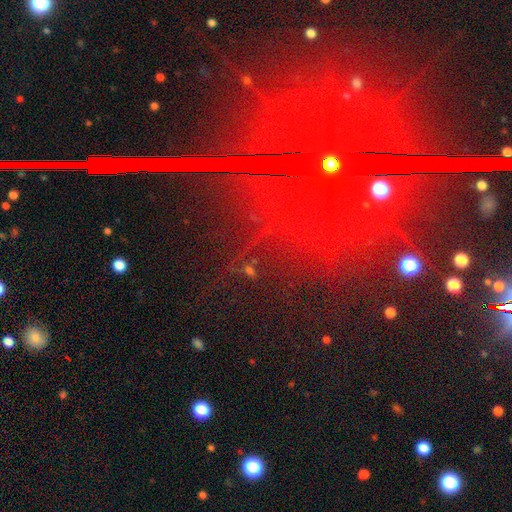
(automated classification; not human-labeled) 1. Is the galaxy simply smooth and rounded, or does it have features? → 69% star or artifact, 22% featured or disk, 9% smooth.